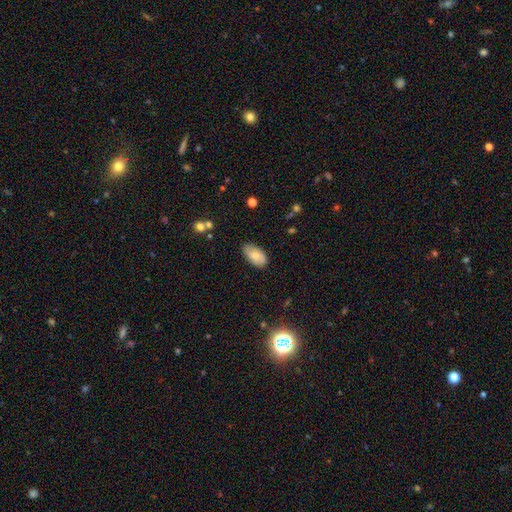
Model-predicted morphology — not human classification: Overall: smooth (73%). How rounded: in between (94%). Merging: none (76%).